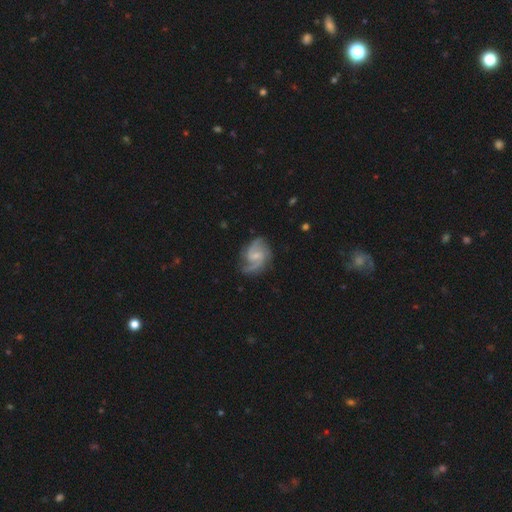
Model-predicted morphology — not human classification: A featured or disk galaxy (86%) with a weak bar (56%), 2 (66%) medium (52%) spiral arms (97%) and a small central bulge (54%). Merging: none (70%).